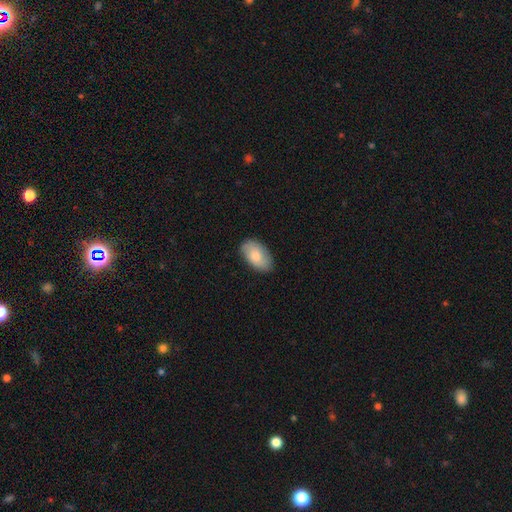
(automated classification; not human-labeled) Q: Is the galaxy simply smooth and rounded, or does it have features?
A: smooth — 79%.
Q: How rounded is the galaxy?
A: in between — 94%.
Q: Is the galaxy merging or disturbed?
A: none — 83%.